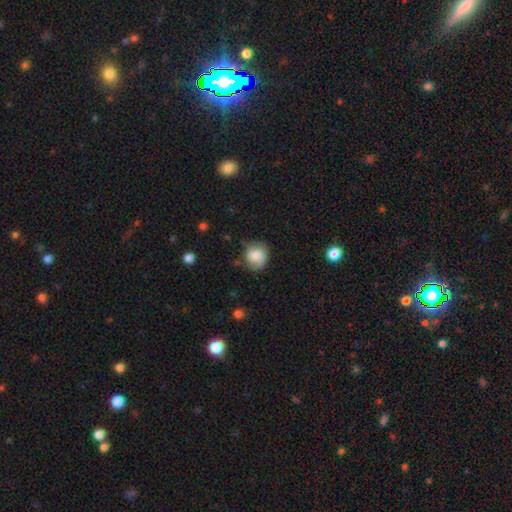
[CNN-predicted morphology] A smooth galaxy with no disk features (74%) that is round (80%).

Vote fractions:
- Smooth or featured? smooth: 74% / featured or disk: 18% / star or artifact: 8%
- How rounded? round: 80% / in between: 19% / cigar-shaped: 1%
- Merging? none: 68% / minor disturbance: 23% / major disturbance: 7% / merger: 2%